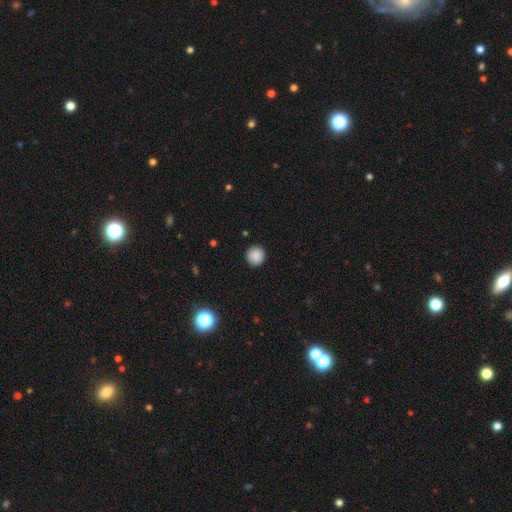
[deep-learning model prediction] smooth 88%, star or artifact 9%, featured or disk 3%. Down the decision tree: how rounded — round (94%); merging — none (91%).